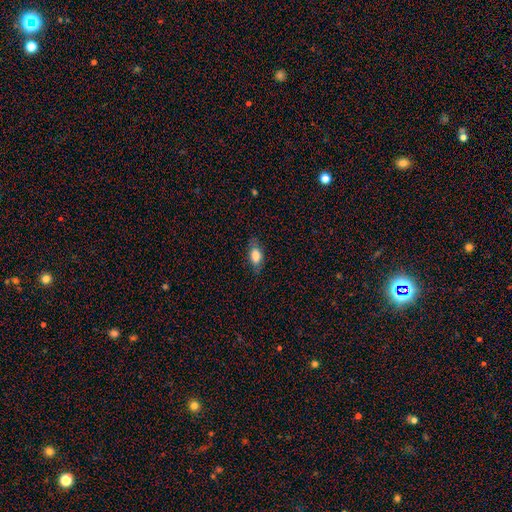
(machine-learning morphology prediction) smooth 77%, featured or disk 15%, star or artifact 8%. Down the decision tree: how rounded — in between (85%); merging — none (77%).